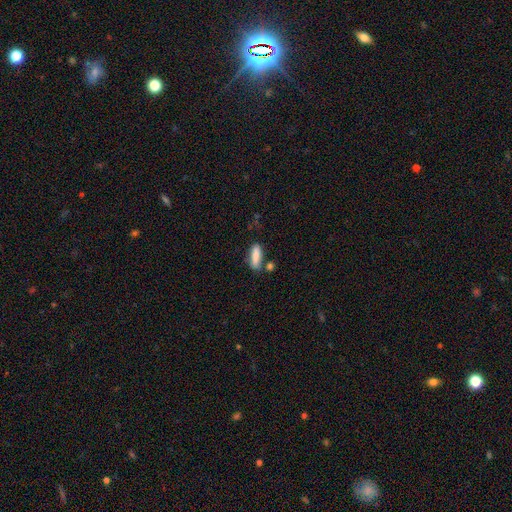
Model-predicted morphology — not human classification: The model was most divided on "how rounded": cigar-shaped: 53%, in between: 44%, round: 2%. More confident: smooth or featured — smooth (85%); merging — none (70%).